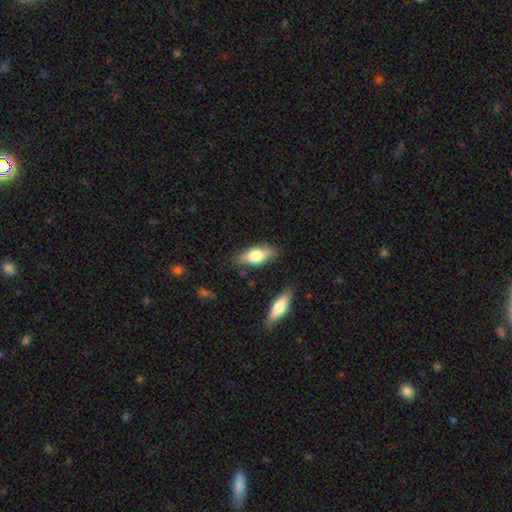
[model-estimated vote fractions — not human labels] smooth 72%, featured or disk 22%, star or artifact 6%. Down the decision tree: how rounded — in between (78%); merging — none (78%).